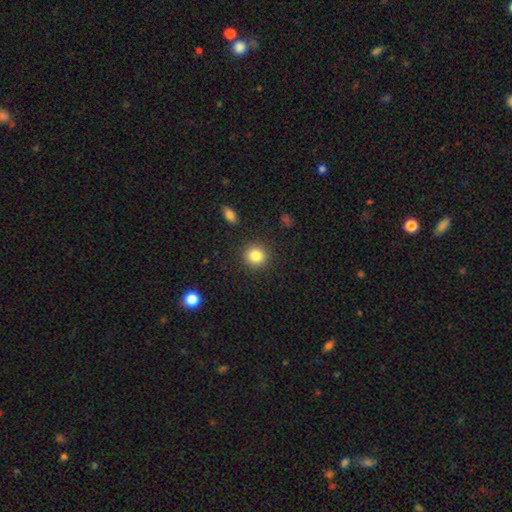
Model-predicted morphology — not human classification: Q: Smooth or featured?
A: smooth (84%); runner-up: star or artifact (10%)
Q: How rounded?
A: round (91%); runner-up: in between (8%)
Q: Merging?
A: none (90%); runner-up: minor disturbance (6%)